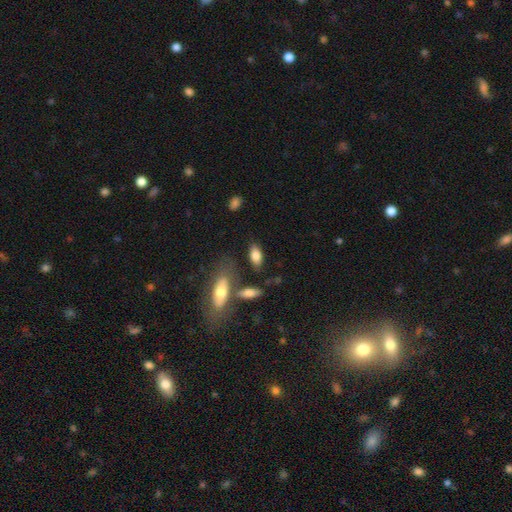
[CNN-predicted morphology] This is clearly a smooth galaxy (81%). How rounded: clearly in between (88%). Merging: likely none (70%).